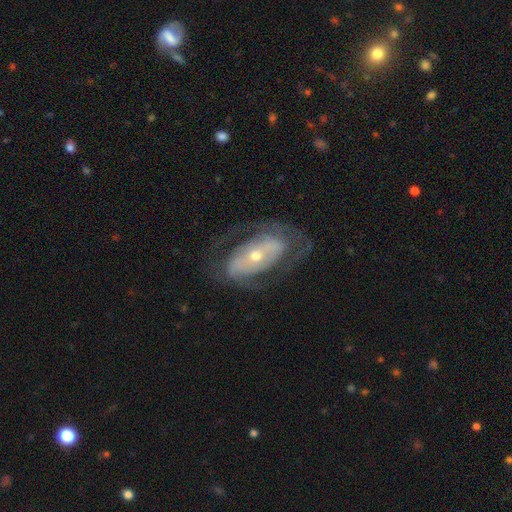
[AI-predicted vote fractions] Morphology: type=featured or disk (75%); edge-on=no (91%); bar=no (52%); spiral arms=yes (64%); bulge=small (50%); merging=none (64%).